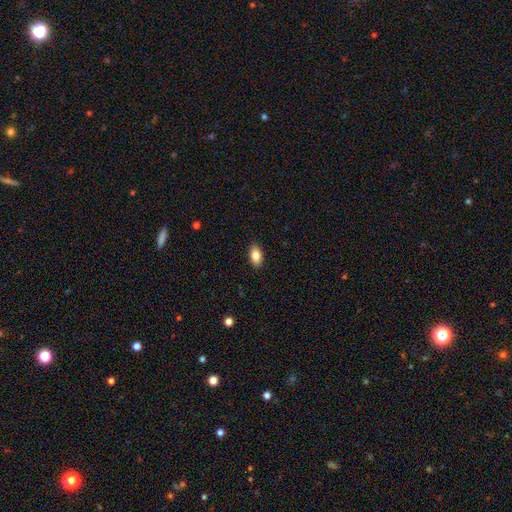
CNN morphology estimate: smooth 84%, featured or disk 8%, star or artifact 8%. Down the decision tree: how rounded — in between (91%); merging — none (89%).